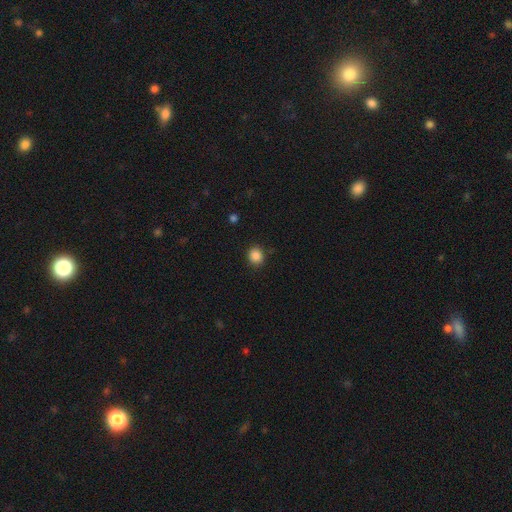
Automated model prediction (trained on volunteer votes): Smooth or featured?
  - smooth: 86% *
  - star or artifact: 10%
  - featured or disk: 3%
How rounded?
  - round: 83% *
  - in between: 16%
  - cigar-shaped: 1%
Merging?
  - none: 88% *
  - minor disturbance: 8%
  - major disturbance: 2%
  - merger: 1%